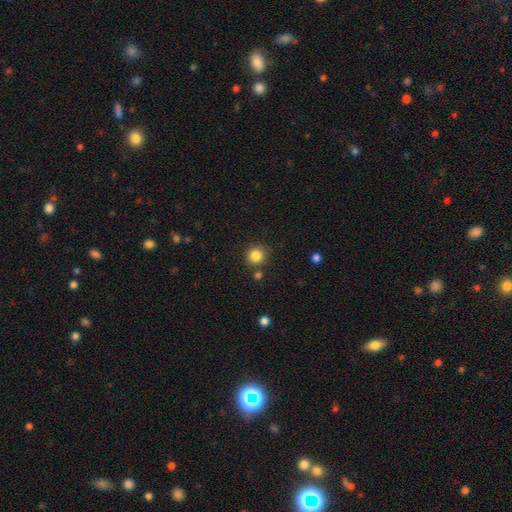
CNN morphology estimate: A smooth galaxy with no disk features (85%) that is round (92%).

Vote fractions:
- Smooth or featured? smooth: 85% / star or artifact: 11% / featured or disk: 4%
- How rounded? round: 92% / in between: 7% / cigar-shaped: 1%
- Merging? none: 83% / minor disturbance: 9% / merger: 6% / major disturbance: 3%